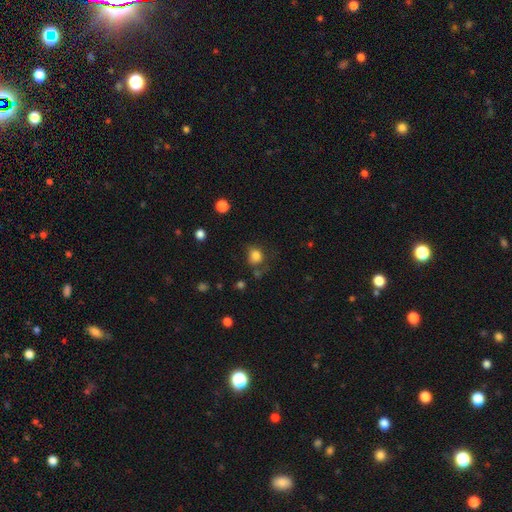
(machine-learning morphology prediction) smooth_or_featured: smooth (p=0.82) [alt: star or artifact p=0.12]
how_rounded: round (p=0.68) [alt: in between p=0.31]
merging: none (p=0.60) [alt: minor disturbance p=0.23]